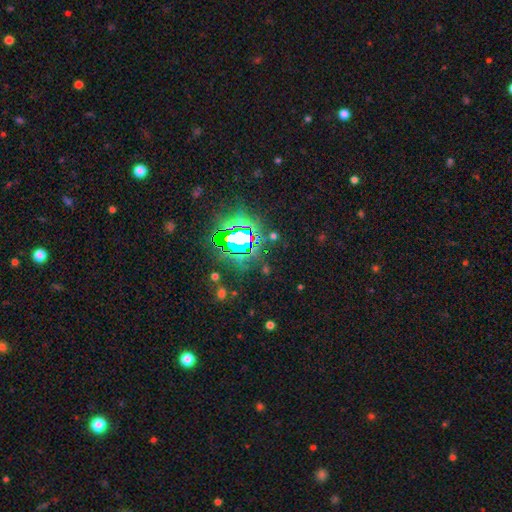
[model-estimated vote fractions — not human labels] Smooth or featured? star or artifact (84%)